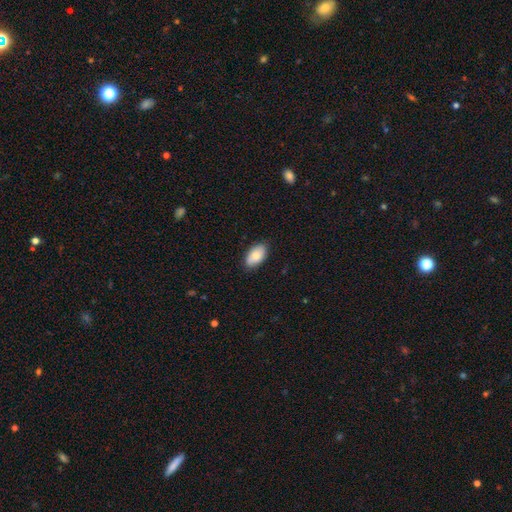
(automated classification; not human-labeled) Q: Smooth or featured?
A: smooth (83%); runner-up: featured or disk (11%)
Q: How rounded?
A: in between (94%); runner-up: round (4%)
Q: Merging?
A: none (85%); runner-up: minor disturbance (12%)